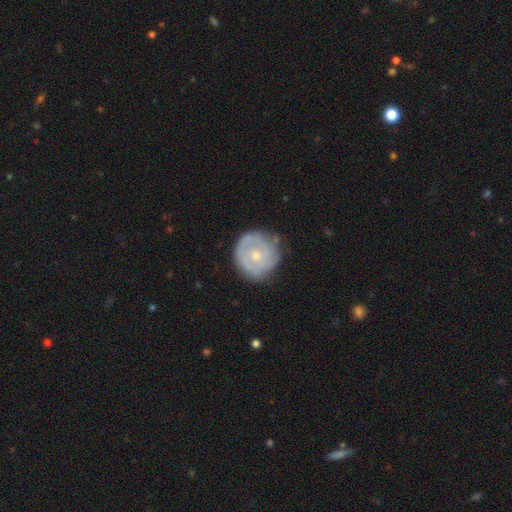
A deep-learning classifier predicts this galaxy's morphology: Smooth or featured? featured or disk (66%)
Edge-on disk? no (98%)
Bar? no (78%)
Spiral arms? yes (73%)
Bulge size? small (52%)
Merging? none (72%)